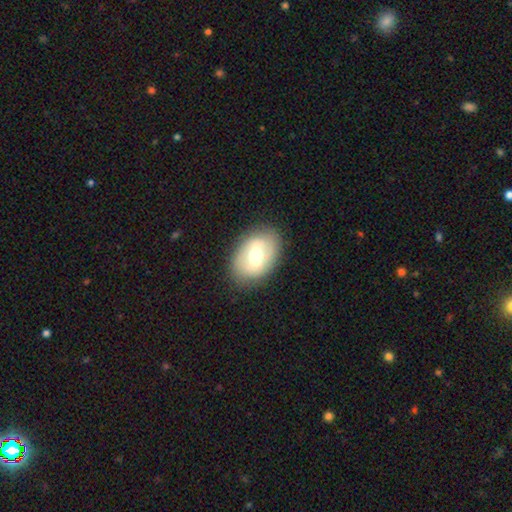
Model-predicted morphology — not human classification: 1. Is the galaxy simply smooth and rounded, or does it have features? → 49% featured or disk, 43% smooth, 8% star or artifact.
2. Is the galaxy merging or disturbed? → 81% none, 13% minor disturbance, 5% major disturbance, 1% merger.